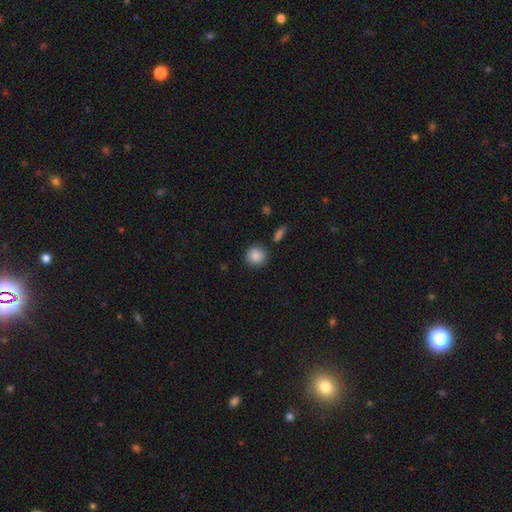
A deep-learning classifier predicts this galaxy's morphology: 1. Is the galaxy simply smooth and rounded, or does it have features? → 88% smooth, 8% star or artifact, 5% featured or disk.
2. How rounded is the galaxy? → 89% round, 10% in between, 1% cigar-shaped.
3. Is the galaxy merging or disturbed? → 85% none, 10% minor disturbance, 3% merger, 2% major disturbance.